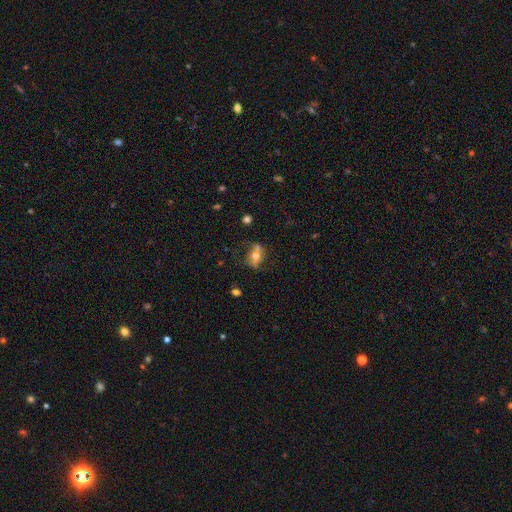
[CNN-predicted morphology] This appears to be a smooth galaxy with no disk features (53%) that is in between round and cigar-shaped (63%). Merging: none (50%).